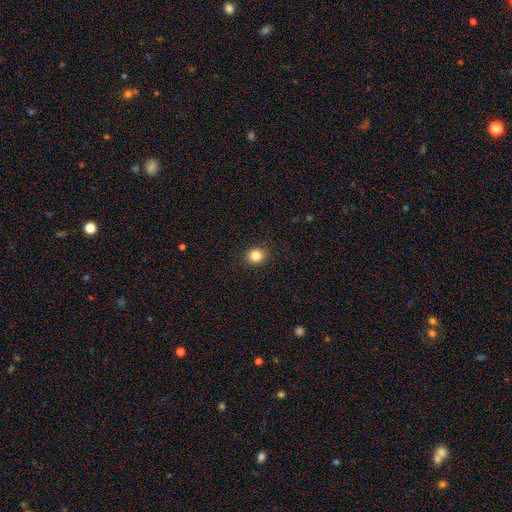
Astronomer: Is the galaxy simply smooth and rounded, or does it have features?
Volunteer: smooth — 90%.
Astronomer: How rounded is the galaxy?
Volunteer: round — 83%.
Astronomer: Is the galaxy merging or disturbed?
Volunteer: none — 94%.